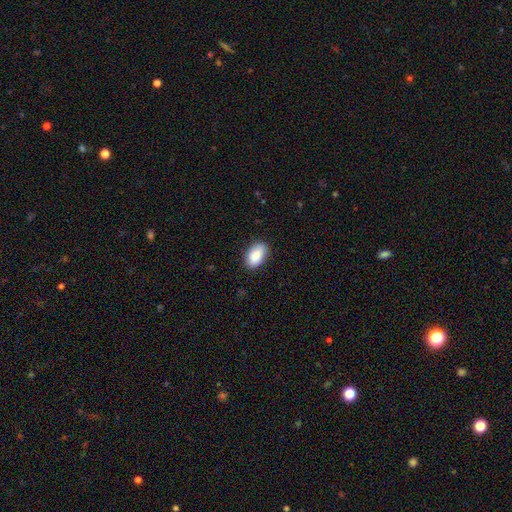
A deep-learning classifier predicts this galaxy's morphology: smooth_or_featured: smooth (p=0.89) [alt: star or artifact p=0.07]
how_rounded: in between (p=0.93) [alt: round p=0.05]
merging: none (p=0.84) [alt: minor disturbance p=0.13]